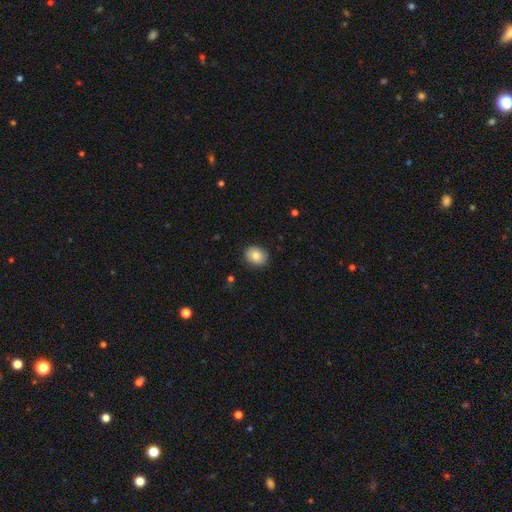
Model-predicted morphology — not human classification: smooth-or-featured: smooth: 83% | featured or disk: 9% | star or artifact: 8%
  how-rounded: round: 54% | in between: 45% | cigar-shaped: 1%
  merging: none: 87% | minor disturbance: 10% | major disturbance: 2% | merger: 1%